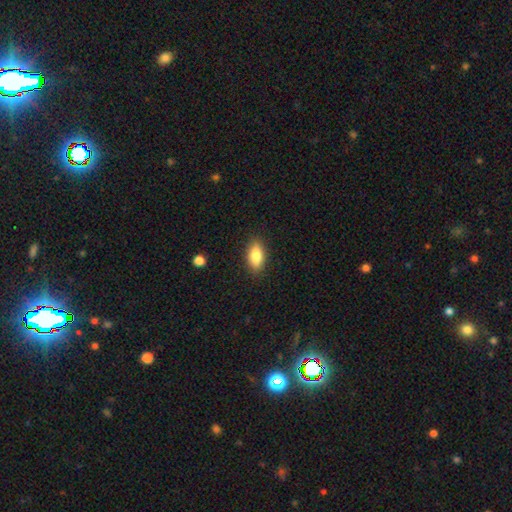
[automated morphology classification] Smooth or featured: smooth — 83% (featured or disk — 10%)
How rounded: in between — 86% (cigar-shaped — 11%)
Merging: none — 88% (minor disturbance — 9%)